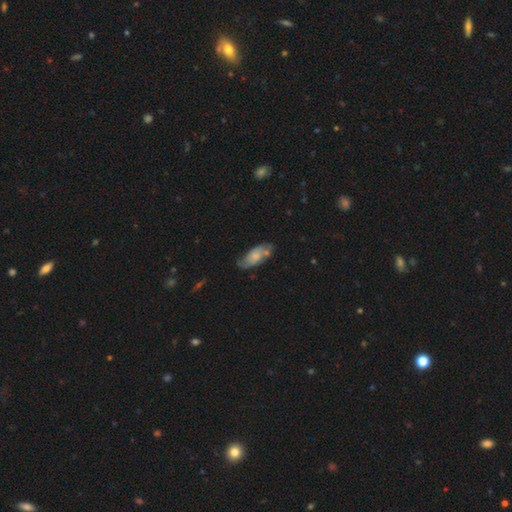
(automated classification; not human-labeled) This is possibly a smooth galaxy (51%). How rounded: clearly in between (84%). Merging: possibly none (54%).